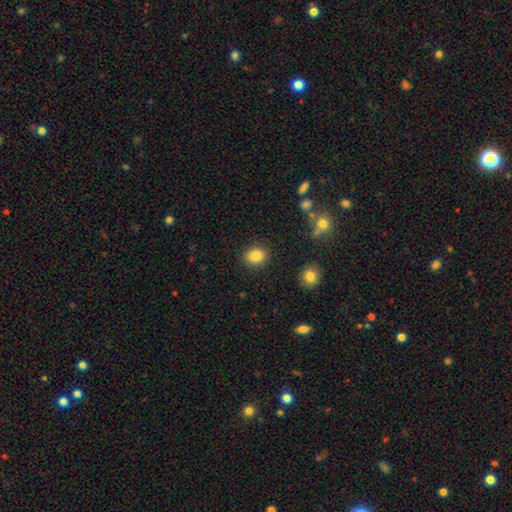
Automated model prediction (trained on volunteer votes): Smooth or featured?
  - smooth: 85% *
  - star or artifact: 10%
  - featured or disk: 5%
How rounded?
  - round: 65% *
  - in between: 34%
  - cigar-shaped: 1%
Merging?
  - none: 88% *
  - minor disturbance: 7%
  - major disturbance: 3%
  - merger: 2%